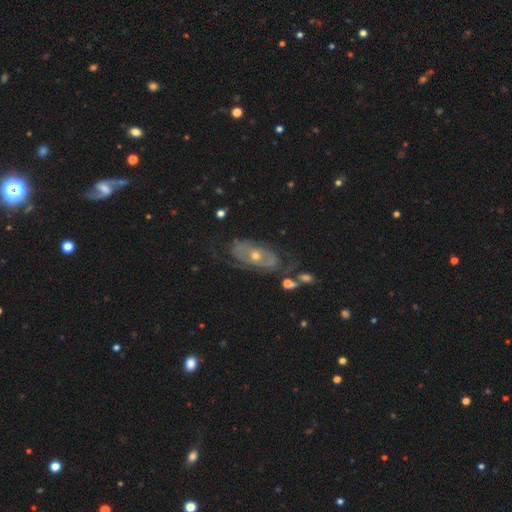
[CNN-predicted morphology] Q: Smooth or featured?
A: featured or disk (74%); runner-up: smooth (19%)
Q: Edge-on disk?
A: no (91%); runner-up: yes (9%)
Q: Bar?
A: no (77%); runner-up: weak (16%)
Q: Spiral arms?
A: yes (62%); runner-up: no (38%)
Q: Bulge size?
A: moderate (55%); runner-up: small (41%)
Q: Merging?
A: none (61%); runner-up: minor disturbance (20%)